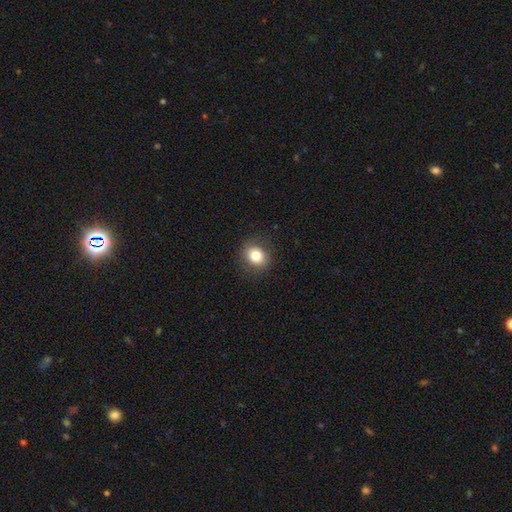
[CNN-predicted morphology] smooth 81%, star or artifact 10%, featured or disk 9%. Down the decision tree: how rounded — round (64%); merging — none (87%).